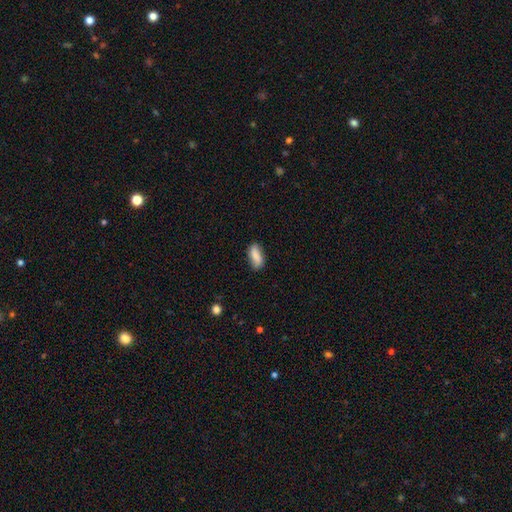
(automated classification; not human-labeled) Smooth or featured: smooth — 81% (featured or disk — 12%)
How rounded: in between — 82% (cigar-shaped — 14%)
Merging: none — 74% (minor disturbance — 20%)